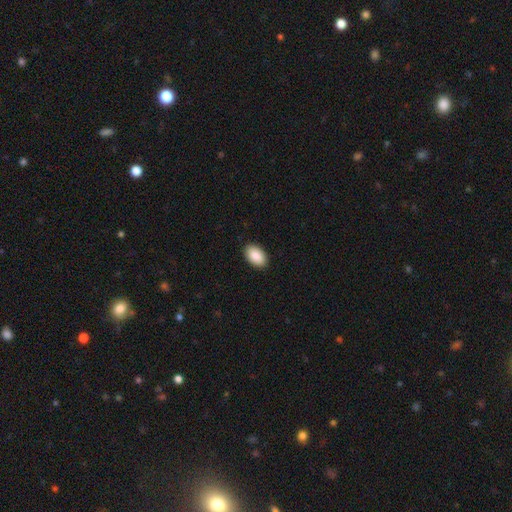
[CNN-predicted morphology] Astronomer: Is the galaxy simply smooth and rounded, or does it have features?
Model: smooth — 90%.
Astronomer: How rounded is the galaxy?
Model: in between — 93%.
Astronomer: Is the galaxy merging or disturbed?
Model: none — 90%.